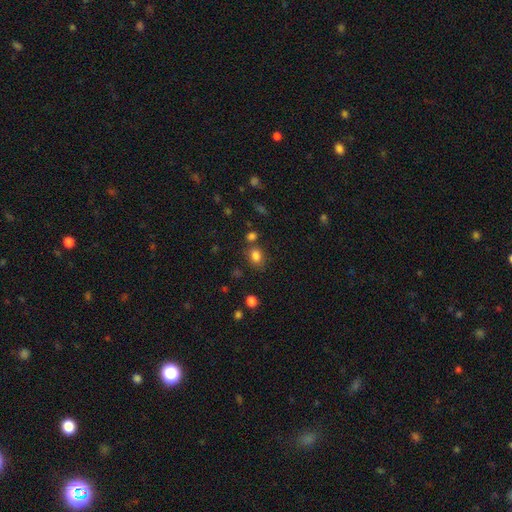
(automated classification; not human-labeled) A smooth galaxy with no disk features (81%) that is in between round and cigar-shaped (60%).

Vote fractions:
- Smooth or featured? smooth: 81% / star or artifact: 13% / featured or disk: 6%
- How rounded? in between: 60% / round: 39% / cigar-shaped: 1%
- Merging? none: 67% / minor disturbance: 15% / merger: 13% / major disturbance: 5%